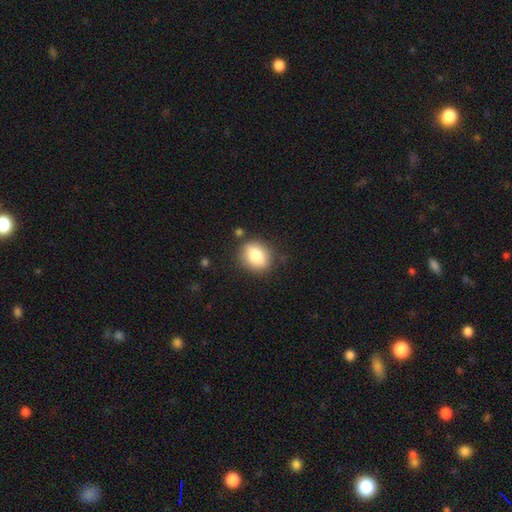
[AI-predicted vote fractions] The model was most divided on "how rounded": round: 50%, in between: 48%, cigar-shaped: 2%. More confident: merging — none (83%); smooth or featured — smooth (78%).